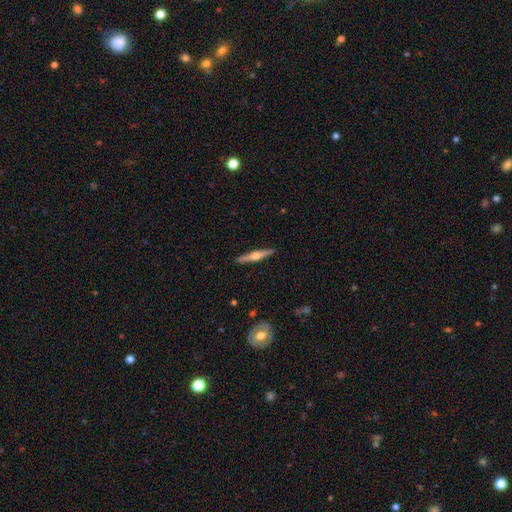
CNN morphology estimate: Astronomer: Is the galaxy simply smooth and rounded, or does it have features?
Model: featured or disk — 72%.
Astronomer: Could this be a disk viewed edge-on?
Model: yes — 98%.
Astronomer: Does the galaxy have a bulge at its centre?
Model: rounded — 93%.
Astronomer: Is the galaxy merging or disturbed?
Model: none — 92%.